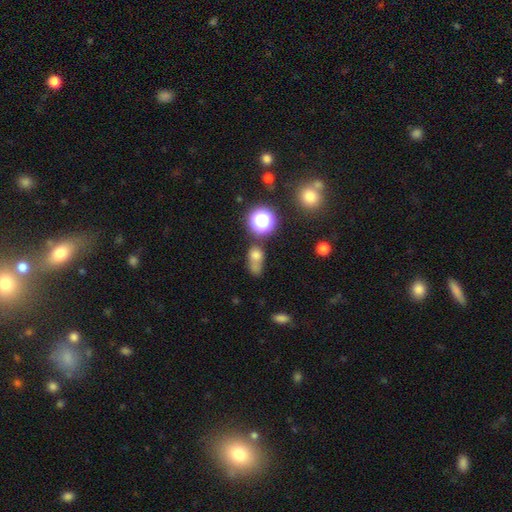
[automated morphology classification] A smooth galaxy with no disk features (65%) that is in between round and cigar-shaped (49%). Merging: none (34%, tied with merger).